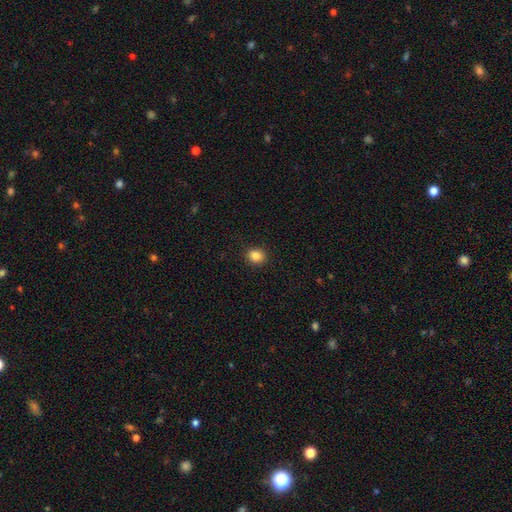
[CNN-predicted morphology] This is clearly a smooth galaxy (86%). How rounded: likely round (73%). Merging: clearly none (91%).